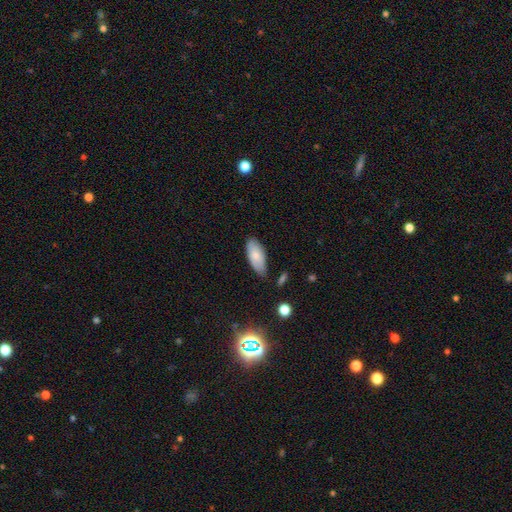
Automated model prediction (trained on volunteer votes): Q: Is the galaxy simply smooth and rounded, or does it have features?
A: smooth — 74%.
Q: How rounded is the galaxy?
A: in between — 88%.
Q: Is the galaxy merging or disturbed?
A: none — 70%.